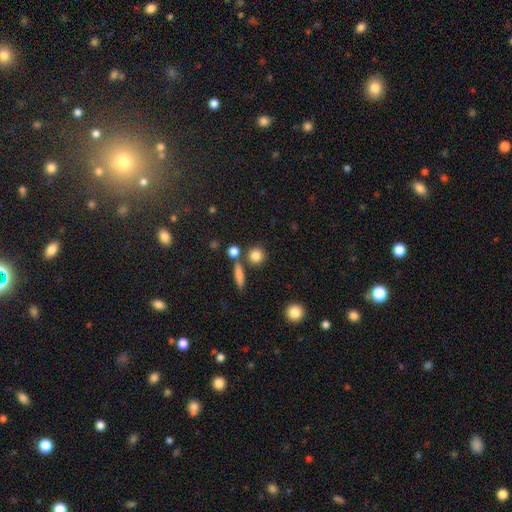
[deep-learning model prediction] Smooth or featured? smooth (83%)
How rounded? round (86%)
Merging? none (76%)